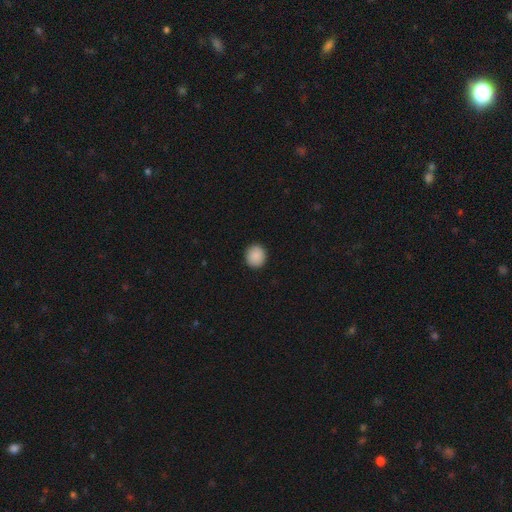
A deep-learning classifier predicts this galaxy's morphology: This is clearly a smooth galaxy (90%). How rounded: clearly round (87%). Merging: clearly none (92%).